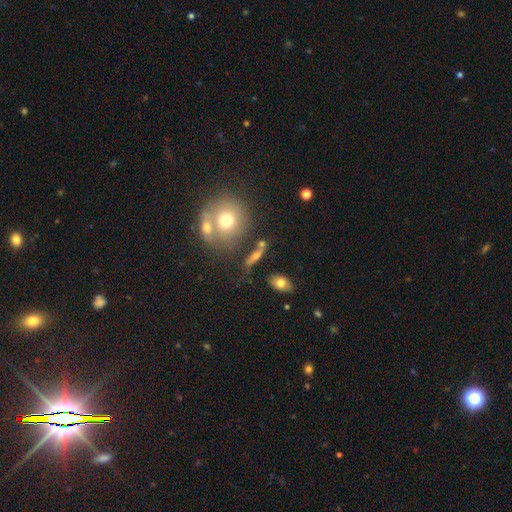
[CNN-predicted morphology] smooth-or-featured: smooth: 55% | featured or disk: 32% | star or artifact: 13%
  how-rounded: cigar-shaped: 41% | in between: 39% | round: 20%
  merging: none: 60% | merger: 16% | minor disturbance: 16% | major disturbance: 8%